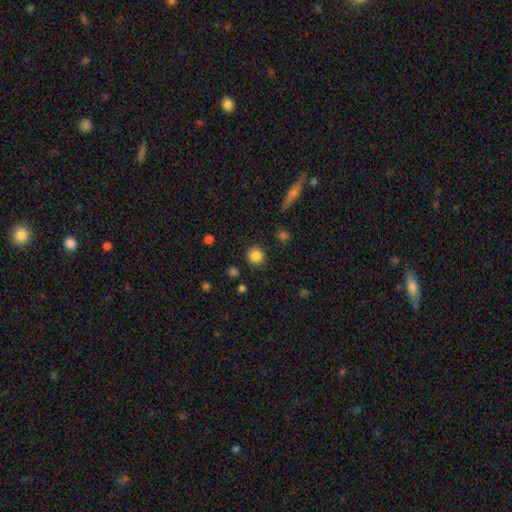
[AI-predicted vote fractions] Q: Smooth or featured?
A: smooth (84%); runner-up: star or artifact (11%)
Q: How rounded?
A: round (93%); runner-up: in between (6%)
Q: Merging?
A: none (87%); runner-up: minor disturbance (7%)